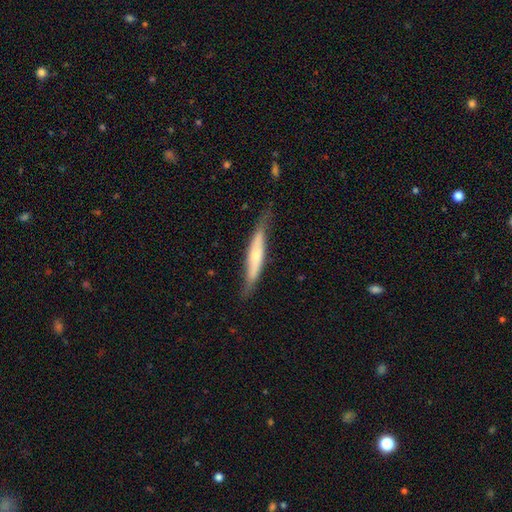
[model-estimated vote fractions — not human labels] Smooth or featured?
  - featured or disk: 51% *
  - smooth: 44%
  - star or artifact: 5%
Edge-on disk?
  - yes: 78% *
  - no: 22%
Merging?
  - none: 70% *
  - minor disturbance: 23%
  - major disturbance: 5%
  - merger: 2%